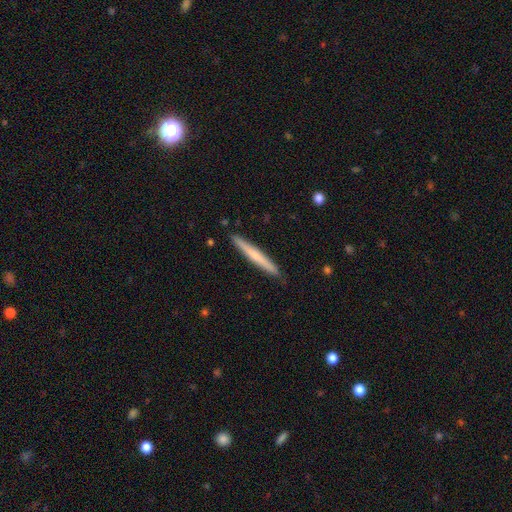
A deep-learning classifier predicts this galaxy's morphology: Smooth or featured? Predicted: smooth (p=0.54). How rounded? Predicted: cigar-shaped (p=0.97). Merging? Predicted: none (p=0.91).